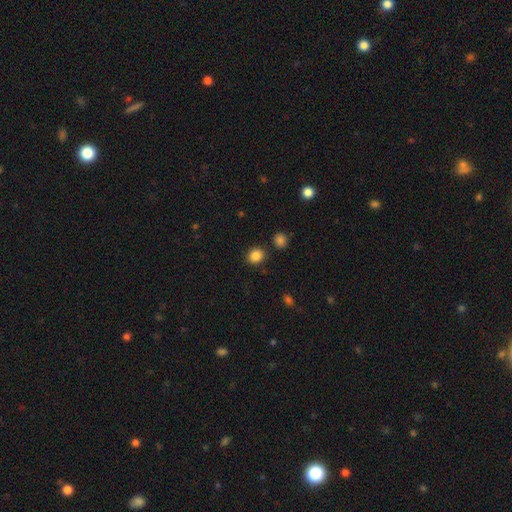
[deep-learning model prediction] Overall: smooth (86%). How rounded: round (72%). Merging: none (86%).